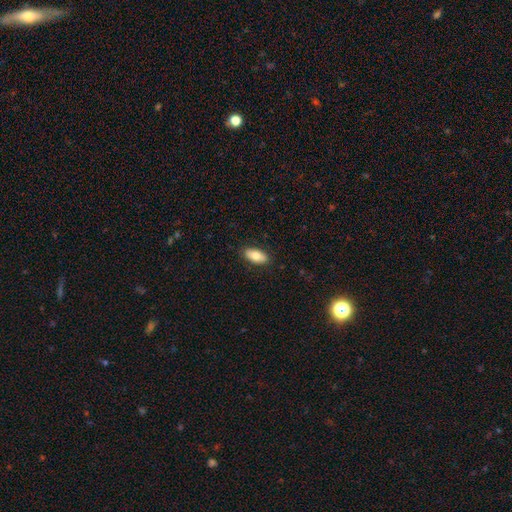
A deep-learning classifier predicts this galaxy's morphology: Smooth or featured?
  - smooth: 80% *
  - featured or disk: 14%
  - star or artifact: 6%
How rounded?
  - in between: 89% *
  - cigar-shaped: 8%
  - round: 3%
Merging?
  - none: 88% *
  - minor disturbance: 9%
  - major disturbance: 2%
  - merger: 1%